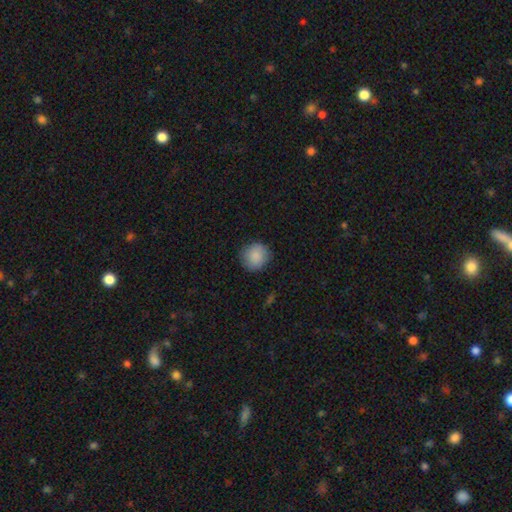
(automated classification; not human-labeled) smooth 88%, star or artifact 7%, featured or disk 5%. Down the decision tree: how rounded — round (88%); merging — none (86%).